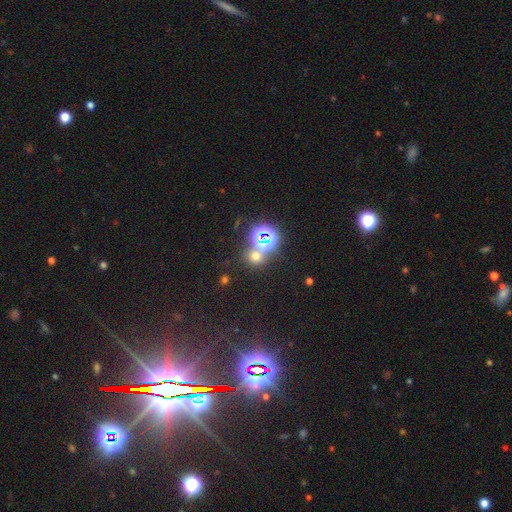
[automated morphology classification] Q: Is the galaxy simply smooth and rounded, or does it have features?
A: smooth — 50%.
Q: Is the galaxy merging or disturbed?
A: none — 70%.